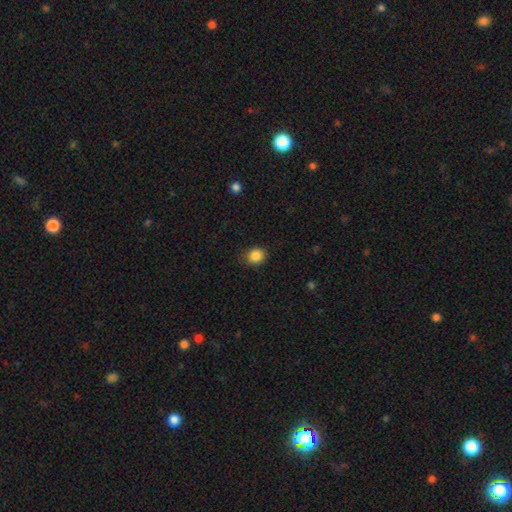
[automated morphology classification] smooth-or-featured: smooth: 86% | star or artifact: 10% | featured or disk: 4%
  how-rounded: round: 75% | in between: 24% | cigar-shaped: 1%
  merging: none: 84% | minor disturbance: 12% | major disturbance: 3% | merger: 1%